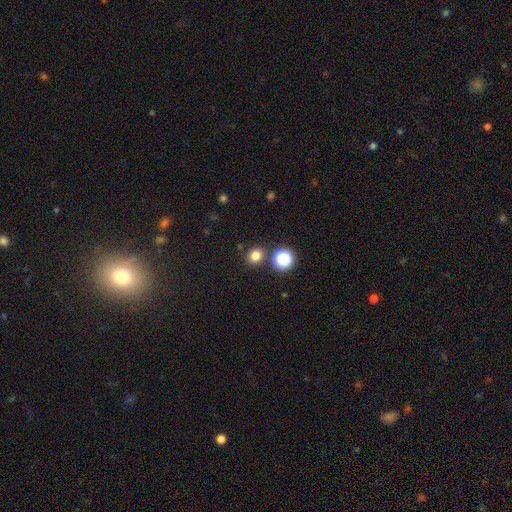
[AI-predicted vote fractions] smooth_or_featured: smooth (p=0.78) [alt: star or artifact p=0.17]
how_rounded: round (p=0.71) [alt: in between p=0.28]
merging: none (p=0.83) [alt: minor disturbance p=0.08]